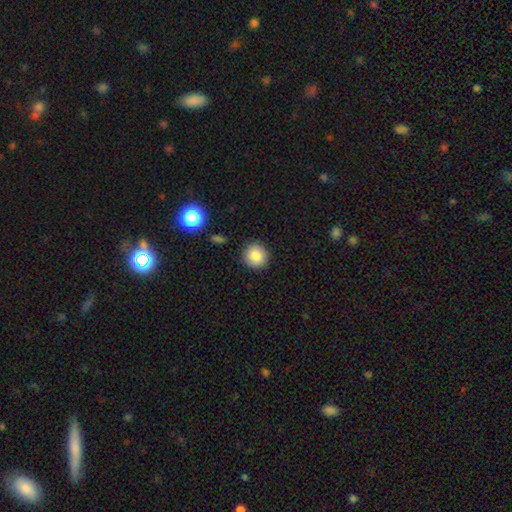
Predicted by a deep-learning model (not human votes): Smooth or featured? Predicted: smooth (p=0.85). How rounded? Predicted: round (p=0.93). Merging? Predicted: none (p=0.90).